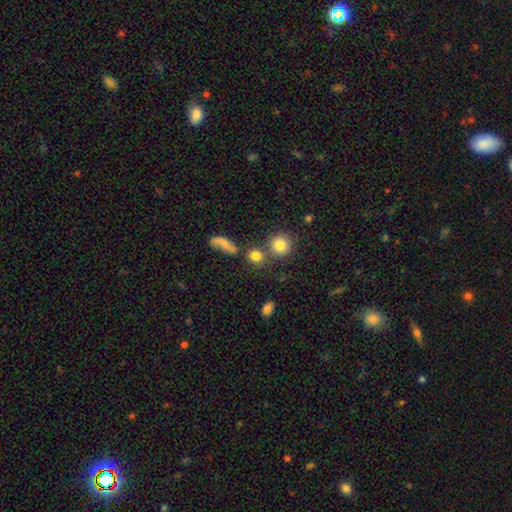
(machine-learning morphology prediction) The model was most divided on "merging": none: 62%, merger: 23%, minor disturbance: 10%, major disturbance: 5%. More confident: smooth or featured — smooth (79%); how rounded — round (79%).